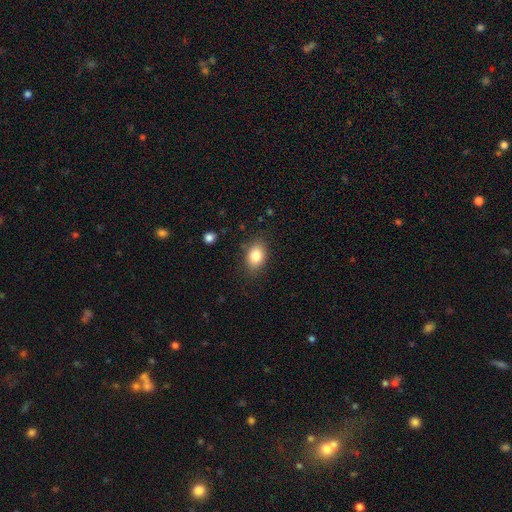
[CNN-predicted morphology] smooth 82%, featured or disk 9%, star or artifact 8%. Down the decision tree: how rounded — in between (81%); merging — none (83%).